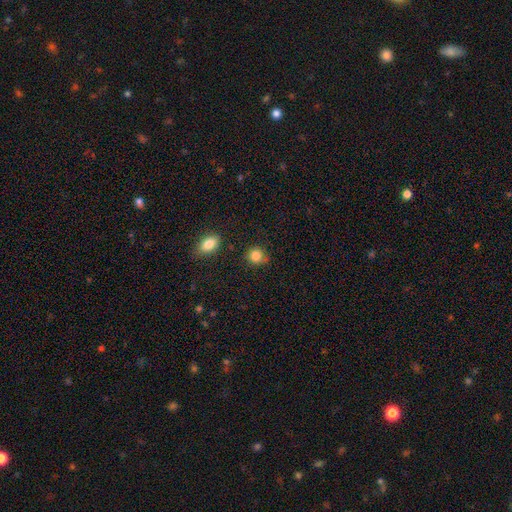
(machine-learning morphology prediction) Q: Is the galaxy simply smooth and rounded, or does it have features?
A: smooth — 85%.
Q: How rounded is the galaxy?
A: round — 84%.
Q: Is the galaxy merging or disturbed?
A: none — 76%.